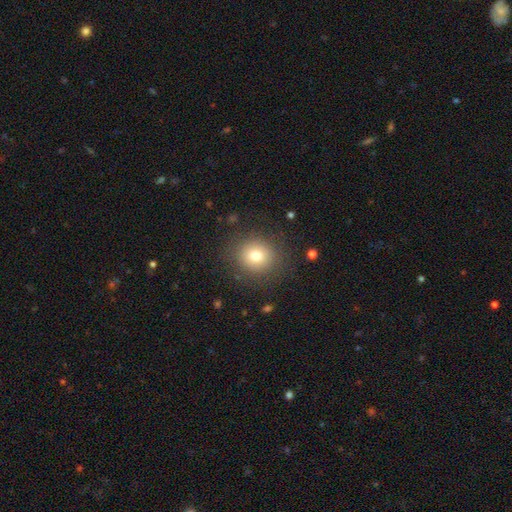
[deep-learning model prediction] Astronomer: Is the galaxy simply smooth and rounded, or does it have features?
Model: smooth — 77%.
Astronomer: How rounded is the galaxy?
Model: round — 84%.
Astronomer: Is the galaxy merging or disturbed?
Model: none — 87%.